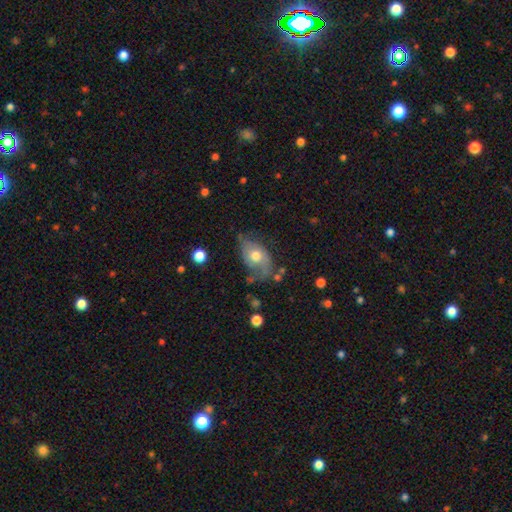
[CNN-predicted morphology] Overall: featured or disk (46%, tied with smooth). Merging: none (44%; minor disturbance 31%).